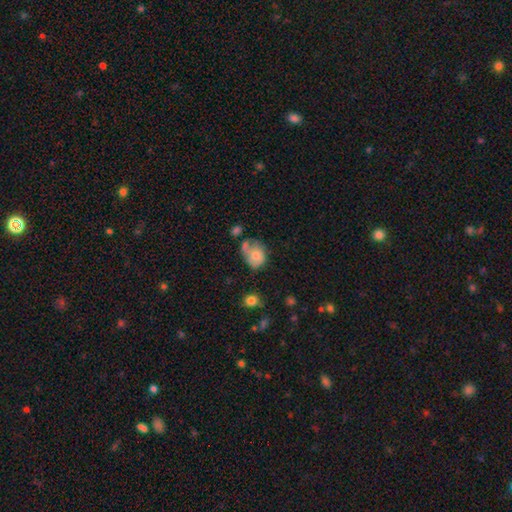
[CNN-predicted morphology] Smooth or featured? Predicted: smooth (p=0.66). How rounded? Predicted: in between (p=0.53). Merging? Predicted: none (p=0.32).